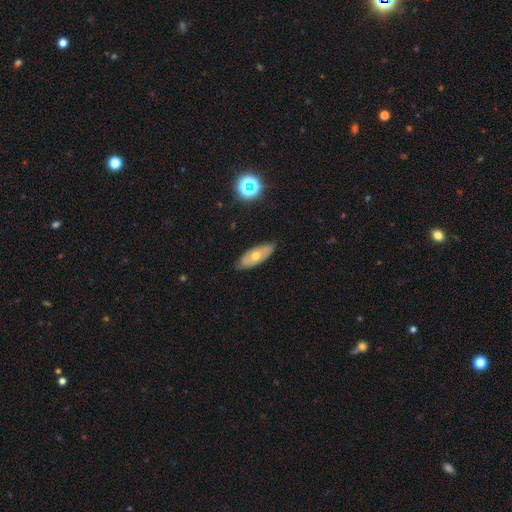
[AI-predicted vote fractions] Morphology: type=smooth (52%); roundness=in between (76%); merging=none (85%).